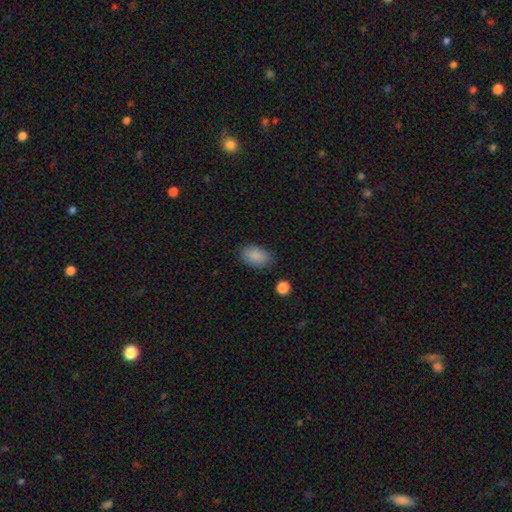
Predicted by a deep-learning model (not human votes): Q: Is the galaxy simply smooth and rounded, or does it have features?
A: smooth — 88%.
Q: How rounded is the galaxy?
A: in between — 89%.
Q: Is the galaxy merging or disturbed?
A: none — 82%.